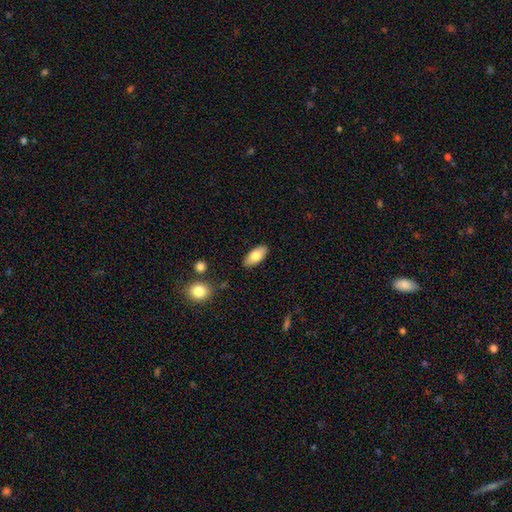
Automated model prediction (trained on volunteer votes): A smooth galaxy with no disk features (76%) that is in between round and cigar-shaped (89%). Merging: none (86%).